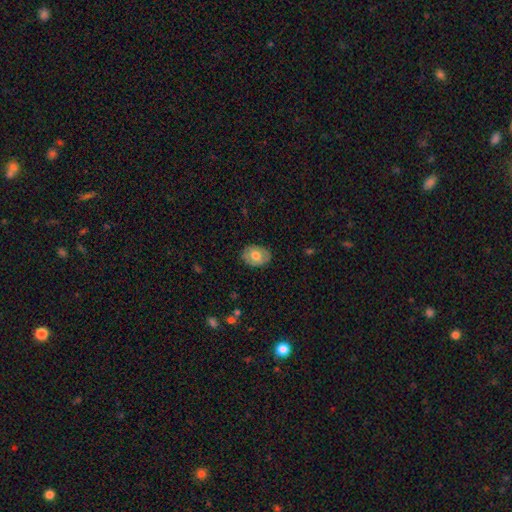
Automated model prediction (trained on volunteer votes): Smooth or featured? Predicted: smooth (p=0.62). How rounded? Predicted: in between (p=0.67). Merging? Predicted: none (p=0.82).